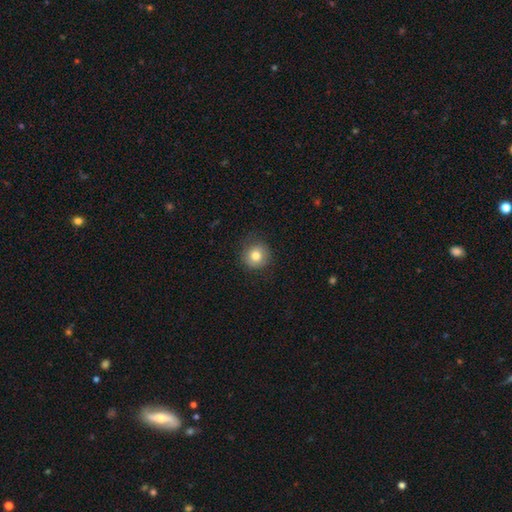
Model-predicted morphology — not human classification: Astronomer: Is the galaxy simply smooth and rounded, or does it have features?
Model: smooth — 80%.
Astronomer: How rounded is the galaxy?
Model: round — 92%.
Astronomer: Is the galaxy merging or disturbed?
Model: none — 83%.